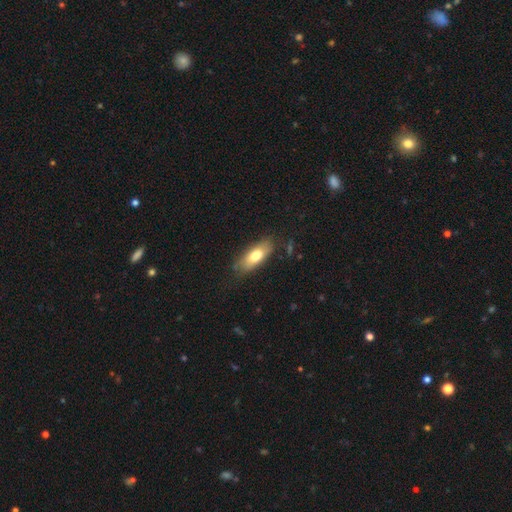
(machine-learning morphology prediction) Smooth or featured: smooth — 73% (featured or disk — 21%)
How rounded: in between — 76% (cigar-shaped — 21%)
Merging: none — 77% (minor disturbance — 17%)